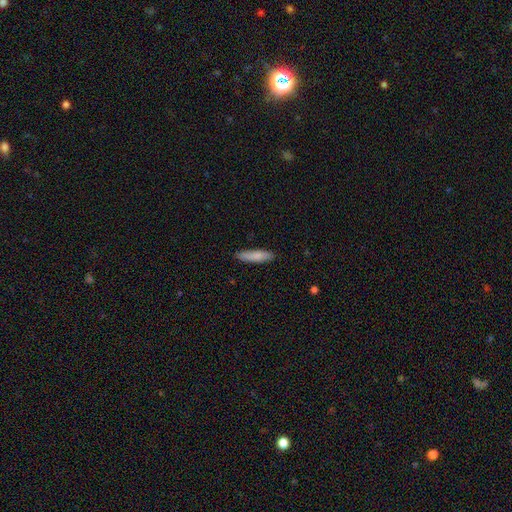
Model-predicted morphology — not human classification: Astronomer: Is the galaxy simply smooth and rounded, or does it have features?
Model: smooth — 83%.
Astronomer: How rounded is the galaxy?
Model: cigar-shaped — 70%.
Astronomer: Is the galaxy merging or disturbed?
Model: none — 87%.